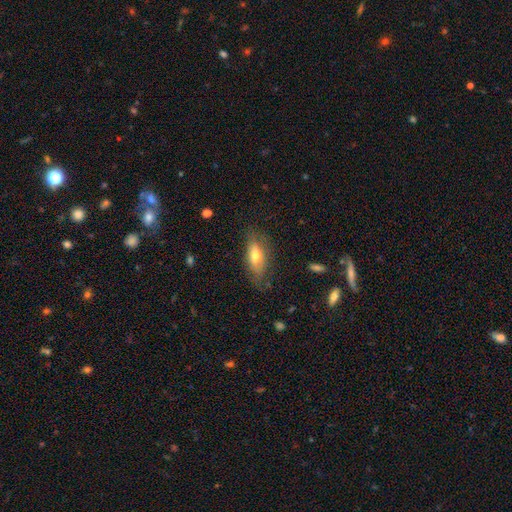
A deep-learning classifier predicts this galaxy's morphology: A smooth galaxy with no disk features (65%) that is in between round and cigar-shaped (72%).

Vote fractions:
- Smooth or featured? smooth: 65% / featured or disk: 28% / star or artifact: 7%
- How rounded? in between: 72% / cigar-shaped: 24% / round: 4%
- Merging? none: 72% / minor disturbance: 20% / major disturbance: 6% / merger: 2%